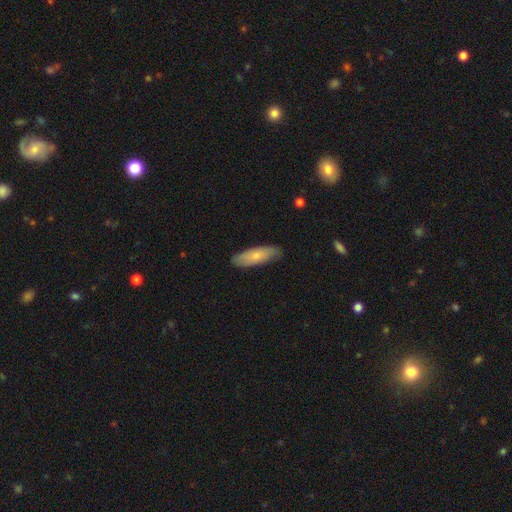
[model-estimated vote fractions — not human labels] Morphology: type=smooth (73%); roundness=in between (50%); merging=none (83%).